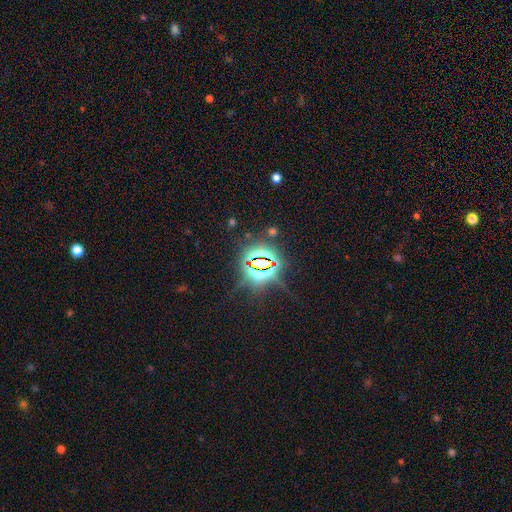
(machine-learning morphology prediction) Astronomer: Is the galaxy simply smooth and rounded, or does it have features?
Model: star or artifact — 84%.